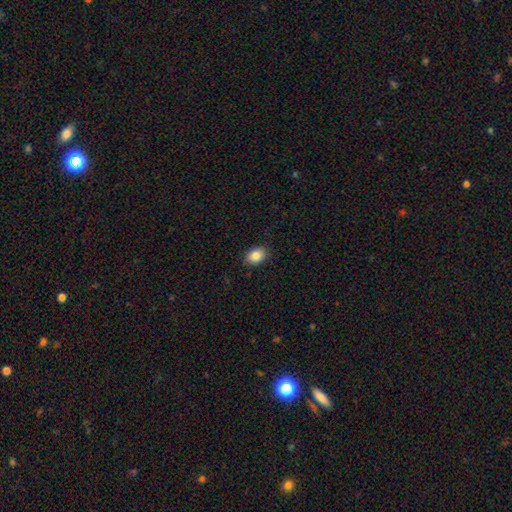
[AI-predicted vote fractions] Overall: smooth (86%). How rounded: in between (75%). Merging: none (88%).